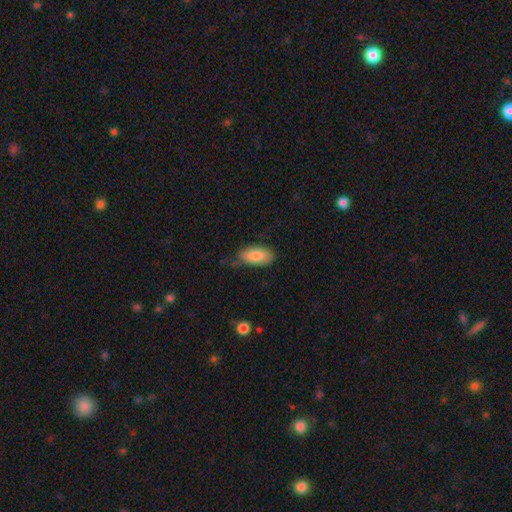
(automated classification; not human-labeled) The model was most divided on "merging": none: 65%, minor disturbance: 28%, major disturbance: 5%, merger: 2%. More confident: how rounded — in between (90%); smooth or featured — smooth (84%).